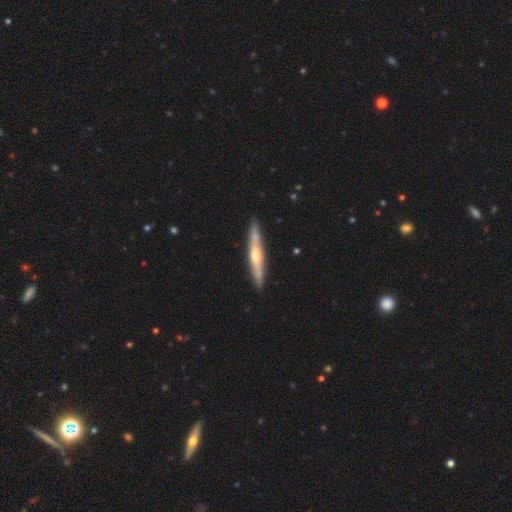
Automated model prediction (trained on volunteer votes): Smooth or featured? Predicted: featured or disk (p=0.62). Edge-on disk? Predicted: yes (p=0.94). Edge-on bulge? Predicted: rounded (p=0.82). Merging? Predicted: none (p=0.88).